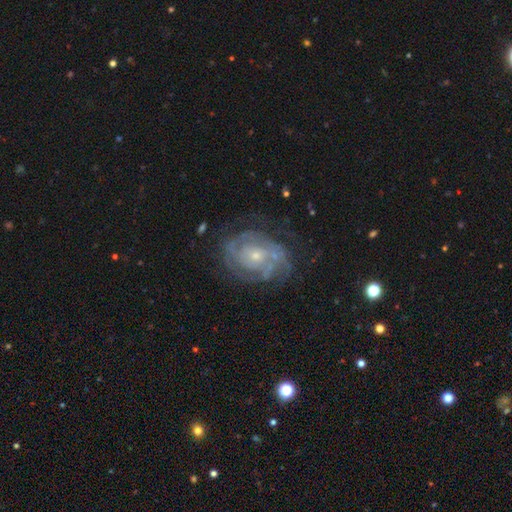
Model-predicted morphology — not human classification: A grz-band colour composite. It shows a featured or disk galaxy (84%) with no bar (75%), tight (68%) spiral arms (92%) and a small central bulge (68%). Merging: none (70%).